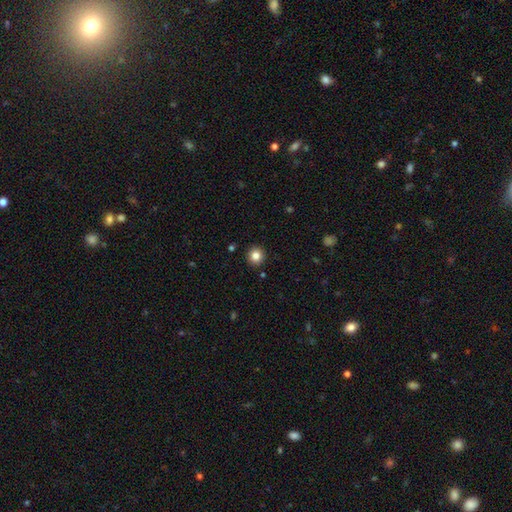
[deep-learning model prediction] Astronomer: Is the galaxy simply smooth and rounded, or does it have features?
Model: smooth — 84%.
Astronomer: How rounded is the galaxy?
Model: round — 93%.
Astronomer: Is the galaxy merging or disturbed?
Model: none — 92%.